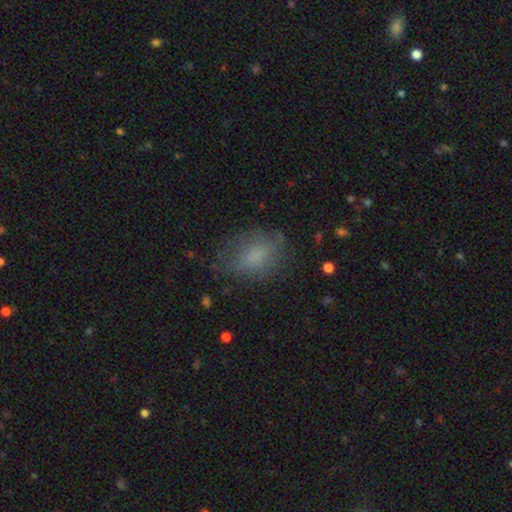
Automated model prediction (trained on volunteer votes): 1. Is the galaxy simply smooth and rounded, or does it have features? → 76% smooth, 14% featured or disk, 11% star or artifact.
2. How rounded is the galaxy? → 77% in between, 21% round, 2% cigar-shaped.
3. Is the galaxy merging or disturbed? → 65% none, 22% minor disturbance, 11% major disturbance, 2% merger.